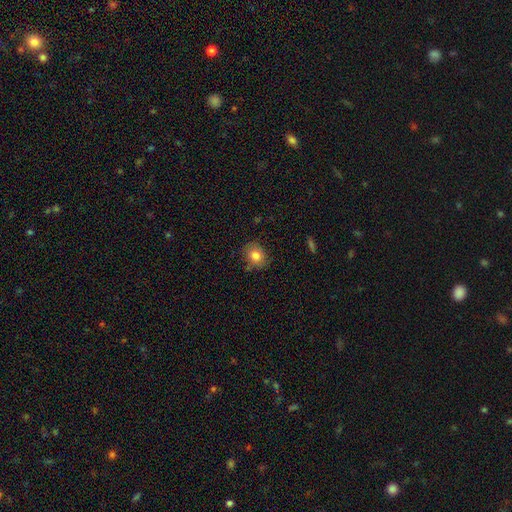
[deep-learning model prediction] Q: Smooth or featured?
A: smooth (80%); runner-up: featured or disk (10%)
Q: How rounded?
A: round (61%); runner-up: in between (39%)
Q: Merging?
A: none (81%); runner-up: minor disturbance (14%)